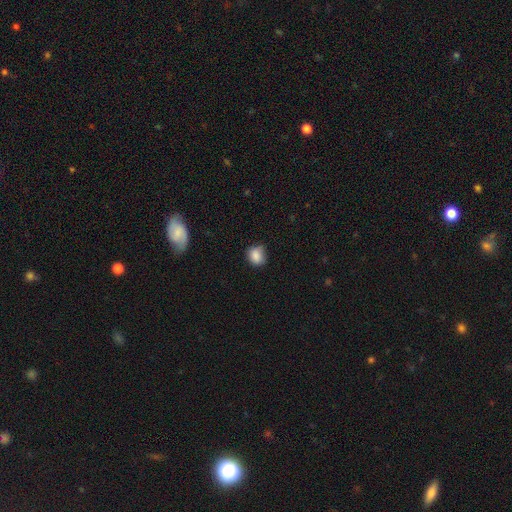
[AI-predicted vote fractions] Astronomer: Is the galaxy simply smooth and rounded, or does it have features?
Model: smooth — 85%.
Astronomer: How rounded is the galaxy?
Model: round — 64%.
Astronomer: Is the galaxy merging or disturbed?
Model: none — 63%.